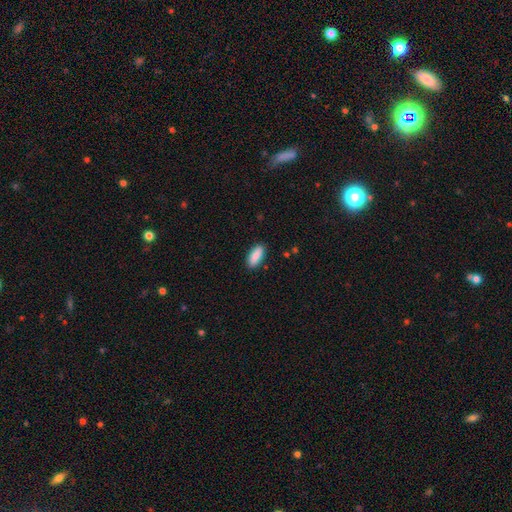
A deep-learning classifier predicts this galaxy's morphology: smooth_or_featured: smooth (p=0.89) [alt: star or artifact p=0.06]
how_rounded: in between (p=0.78) [alt: cigar-shaped p=0.20]
merging: none (p=0.89) [alt: minor disturbance p=0.08]